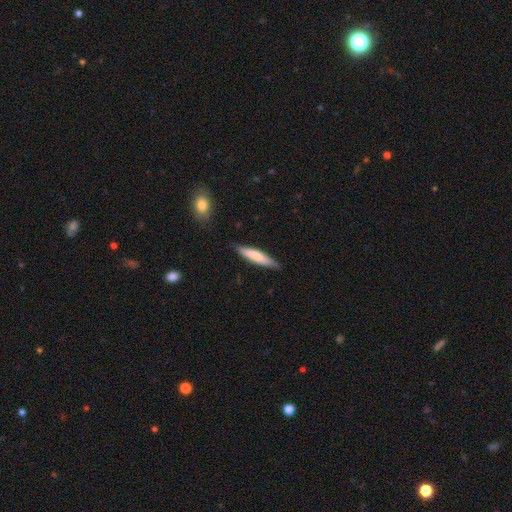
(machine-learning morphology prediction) Smooth or featured? Predicted: smooth (p=0.68). How rounded? Predicted: cigar-shaped (p=0.86). Merging? Predicted: none (p=0.84).